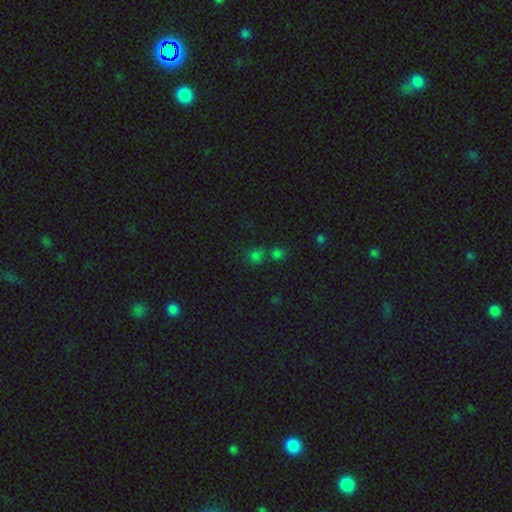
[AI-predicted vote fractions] The model was most divided on "merging": none: 55%, merger: 33%, minor disturbance: 8%, major disturbance: 4%. More confident: how rounded — round (86%); smooth or featured — smooth (64%).